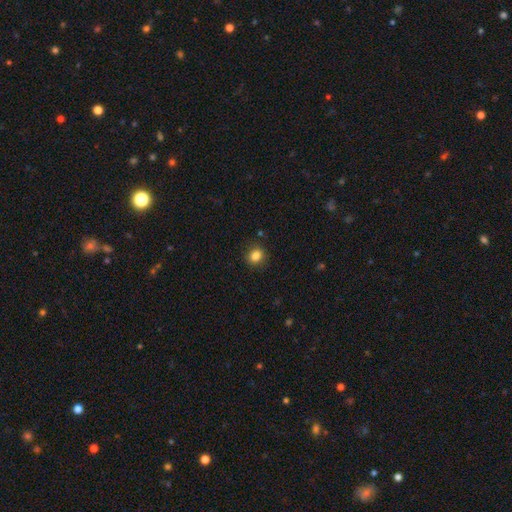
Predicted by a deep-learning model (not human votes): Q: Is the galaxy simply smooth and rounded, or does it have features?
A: smooth — 85%.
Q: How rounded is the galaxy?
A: round — 69%.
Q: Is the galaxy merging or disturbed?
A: none — 87%.